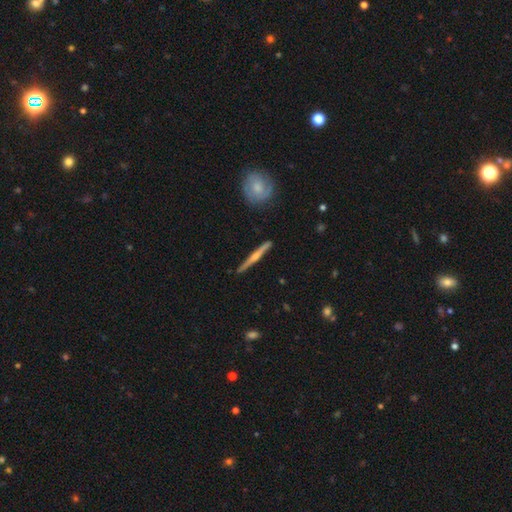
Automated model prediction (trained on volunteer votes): Morphology: type=featured or disk (69%); edge-on=yes (98%); edge-on bulge=rounded (77%); merging=none (90%).